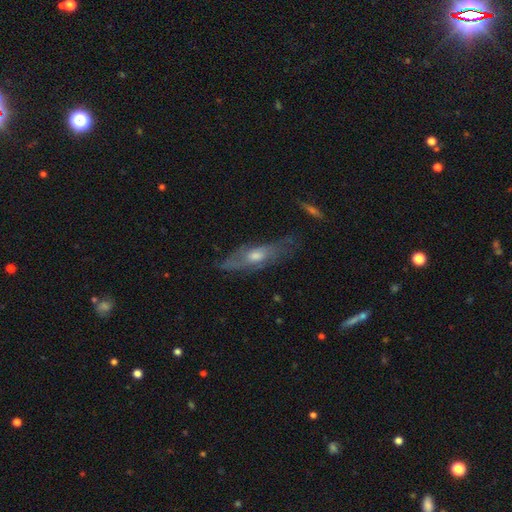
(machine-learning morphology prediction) Smooth or featured? featured or disk (61%)
Edge-on disk? no (60%)
Merging? none (63%)